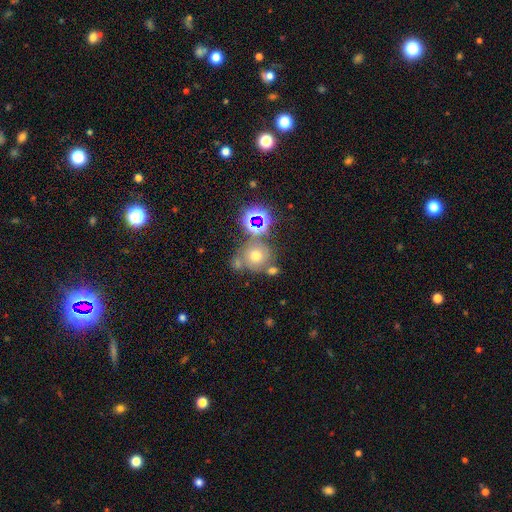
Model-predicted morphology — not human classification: Smooth or featured?
  - smooth: 57% *
  - star or artifact: 26%
  - featured or disk: 17%
How rounded?
  - round: 85% *
  - in between: 14%
  - cigar-shaped: 1%
Merging?
  - none: 58% *
  - merger: 22%
  - minor disturbance: 13%
  - major disturbance: 6%